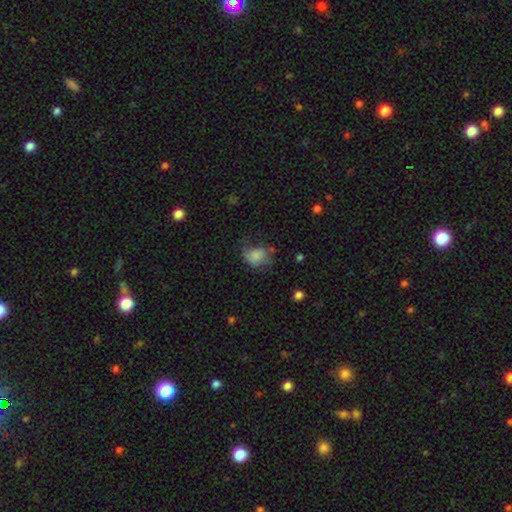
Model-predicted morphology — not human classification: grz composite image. It shows a smooth galaxy with no disk features (72%) that is in between round and cigar-shaped (54%). Merging: none (36%).